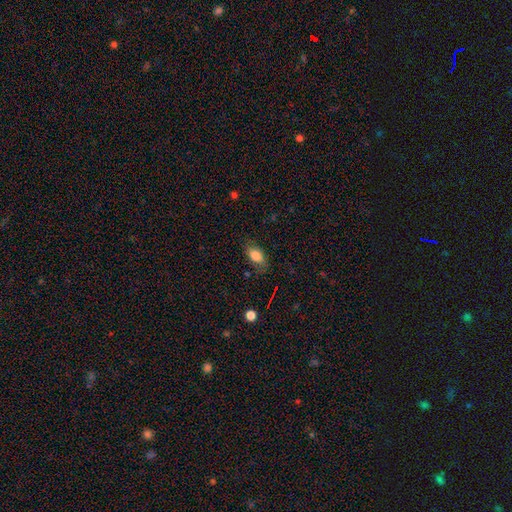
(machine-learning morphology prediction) type=smooth (81%); roundness=in between (88%); merging=none (73%).